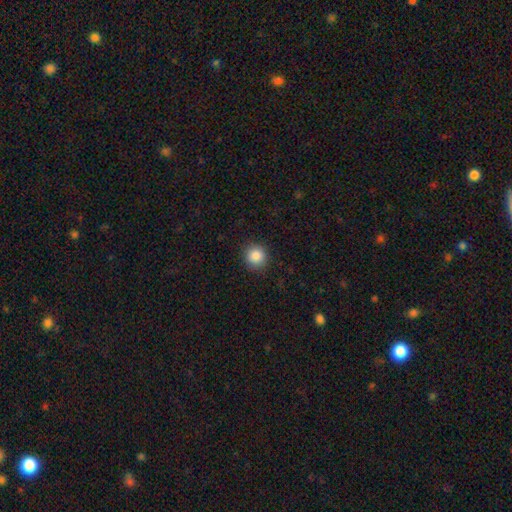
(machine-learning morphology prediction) A smooth galaxy with no disk features (87%) that is round (91%). Merging: none (90%).